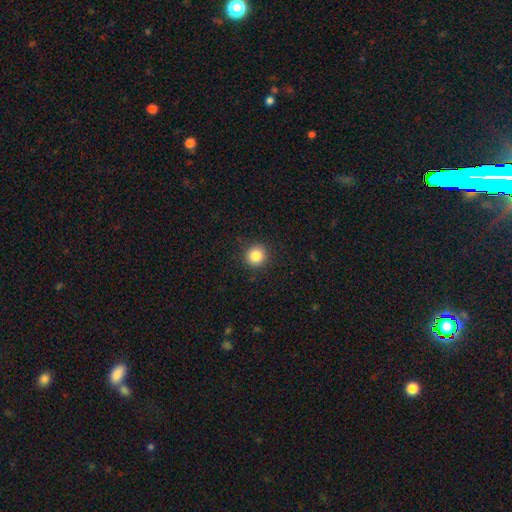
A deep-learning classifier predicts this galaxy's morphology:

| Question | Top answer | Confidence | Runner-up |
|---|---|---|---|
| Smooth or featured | smooth | 85% | star or artifact (10%) |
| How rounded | round | 93% | in between (6%) |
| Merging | none | 91% | minor disturbance (6%) |